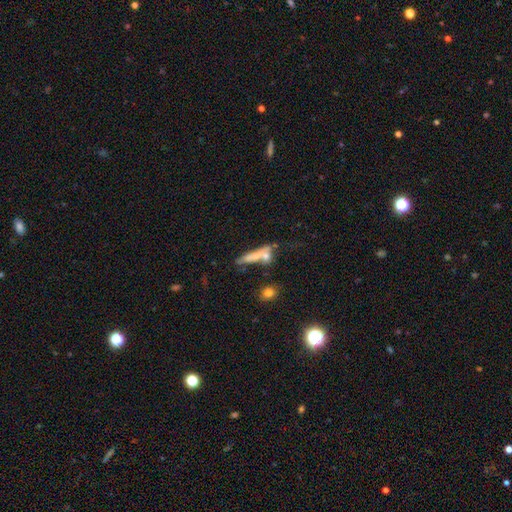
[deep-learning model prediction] A smooth galaxy with no disk features (54%) that is cigar-shaped (70%). Merging: none (36%).